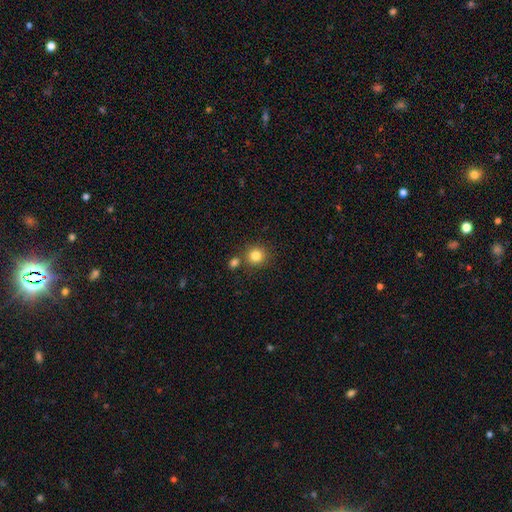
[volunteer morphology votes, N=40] Q: Smooth or featured?
A: smooth (85%); runner-up: star or artifact (12%)
Q: How rounded?
A: round (85%); runner-up: in between (15%)
Q: Merging?
A: none (63%); runner-up: merger (20%)